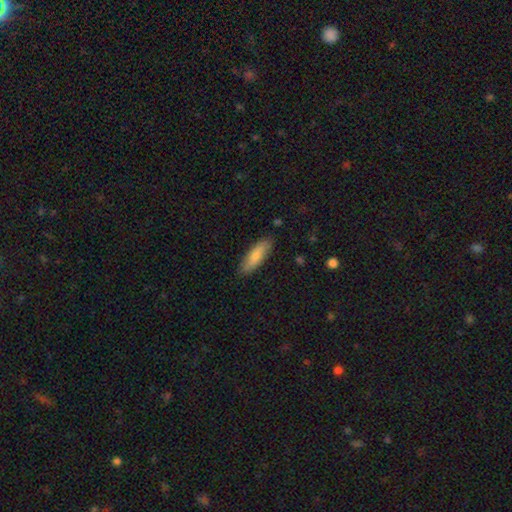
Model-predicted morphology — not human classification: The model was most divided on "how rounded": cigar-shaped: 51%, in between: 47%, round: 2%. More confident: merging — none (85%); smooth or featured — smooth (80%).